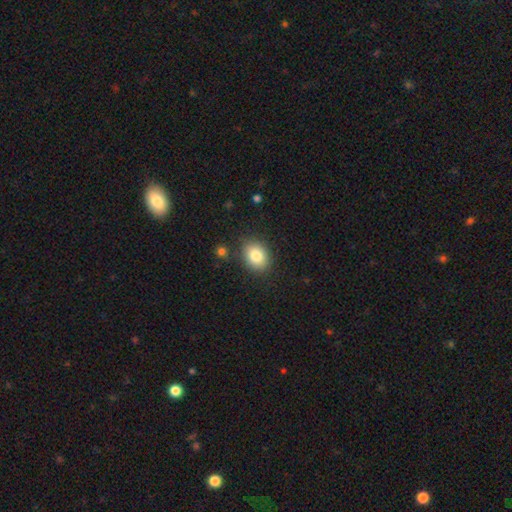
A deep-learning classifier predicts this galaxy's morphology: type=smooth (84%); roundness=in between (59%); merging=none (85%).